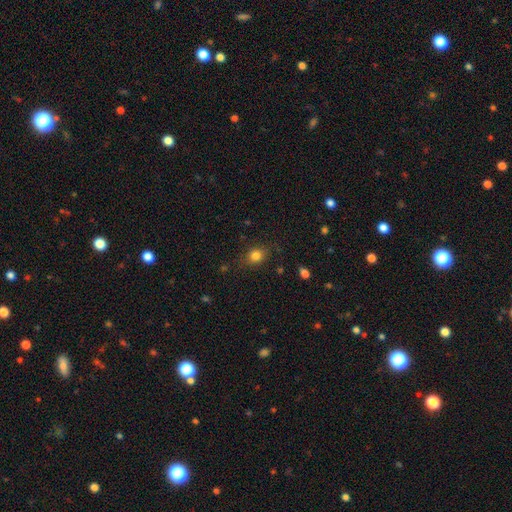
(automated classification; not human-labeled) This appears to be a smooth galaxy with no disk features (80%) that is round (57%). Merging: none (80%).